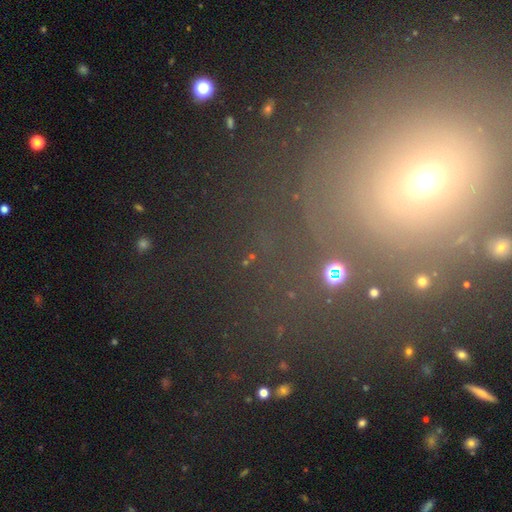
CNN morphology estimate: Smooth or featured?
  - star or artifact: 55% *
  - smooth: 29%
  - featured or disk: 17%